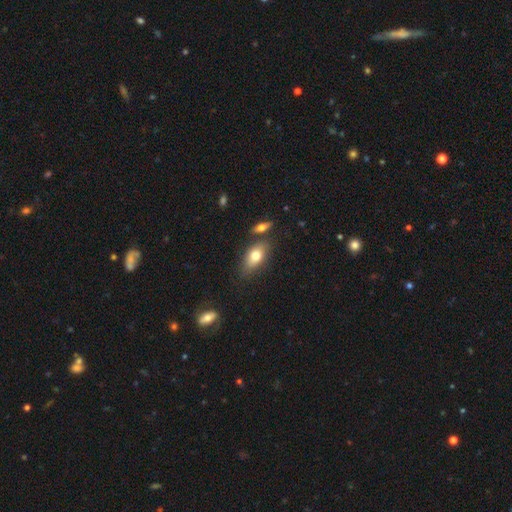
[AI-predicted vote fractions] Smooth or featured? smooth (74%)
How rounded? in between (85%)
Merging? none (68%)